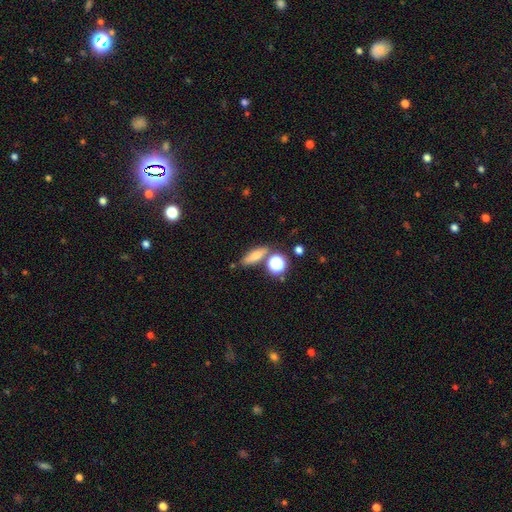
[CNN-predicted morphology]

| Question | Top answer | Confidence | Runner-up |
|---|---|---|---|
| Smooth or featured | smooth | 66% | featured or disk (20%) |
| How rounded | in between | 43% | cigar-shaped (42%) |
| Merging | none | 72% | minor disturbance (12%) |